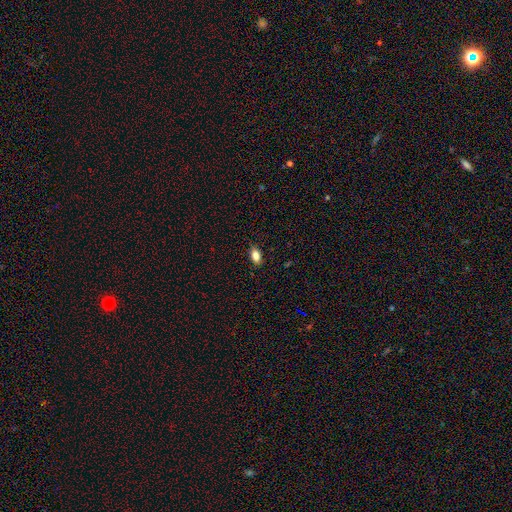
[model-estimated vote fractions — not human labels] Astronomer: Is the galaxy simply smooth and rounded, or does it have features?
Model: smooth — 84%.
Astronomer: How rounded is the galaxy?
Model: in between — 87%.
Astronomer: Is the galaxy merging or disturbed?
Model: none — 86%.